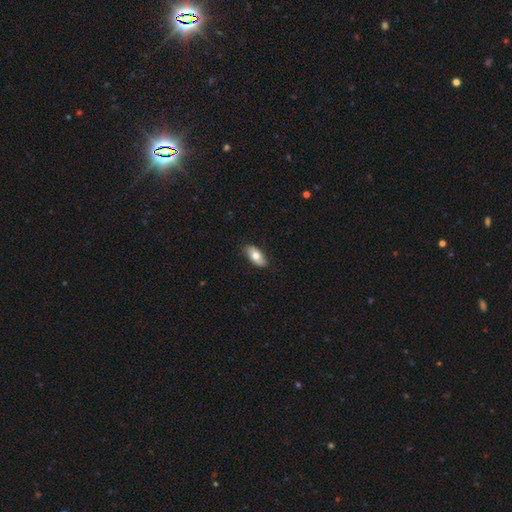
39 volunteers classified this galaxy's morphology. Q: Smooth or featured?
A: smooth (69%); runner-up: featured or disk (26%)
Q: How rounded?
A: in between (100%)
Q: Merging?
A: none (92%); runner-up: minor disturbance (5%)